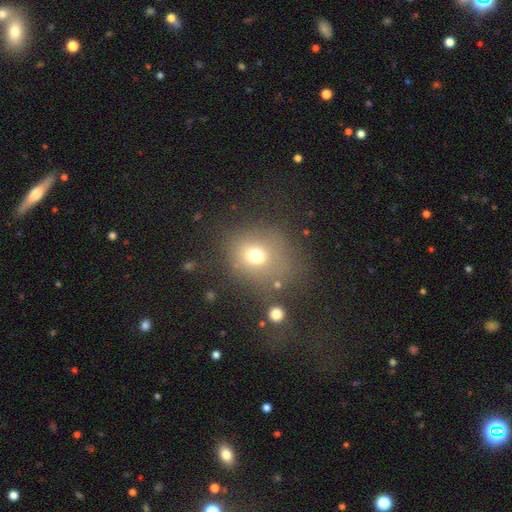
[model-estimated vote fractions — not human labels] smooth-or-featured: smooth: 69% | star or artifact: 18% | featured or disk: 13%
  how-rounded: round: 69% | in between: 30% | cigar-shaped: 1%
  merging: none: 64% | minor disturbance: 17% | major disturbance: 13% | merger: 6%